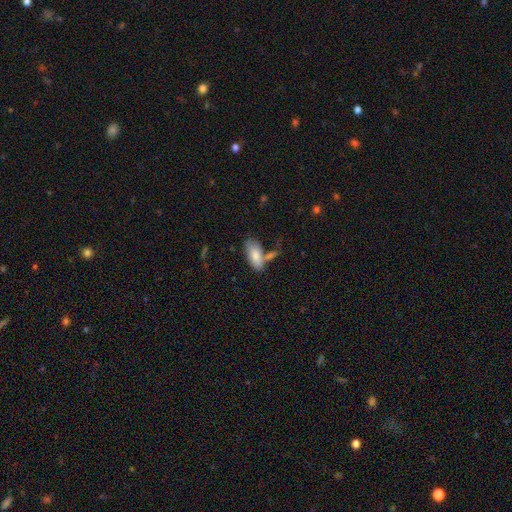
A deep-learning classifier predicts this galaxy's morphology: A smooth galaxy with no disk features (80%) that is in between round and cigar-shaped (88%).

Vote fractions:
- Smooth or featured? smooth: 80% / featured or disk: 13% / star or artifact: 6%
- How rounded? in between: 88% / cigar-shaped: 10% / round: 2%
- Merging? none: 54% / merger: 22% / minor disturbance: 18% / major disturbance: 6%